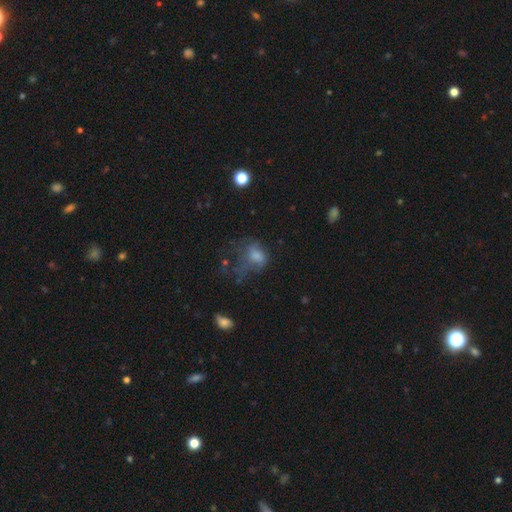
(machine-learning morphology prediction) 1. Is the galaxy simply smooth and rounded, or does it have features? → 54% smooth, 27% featured or disk, 19% star or artifact.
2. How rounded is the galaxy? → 65% in between, 33% round, 2% cigar-shaped.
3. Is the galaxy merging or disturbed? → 45% major disturbance, 29% none, 21% minor disturbance, 5% merger.